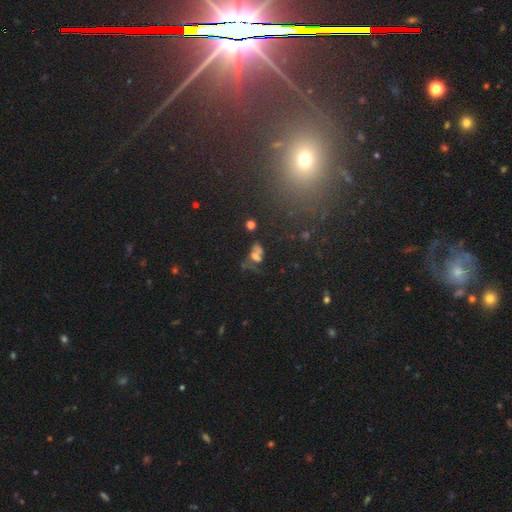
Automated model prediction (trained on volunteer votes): Overall: smooth (42%; featured or disk 30%). Merging: merger (33%; major disturbance 28%).